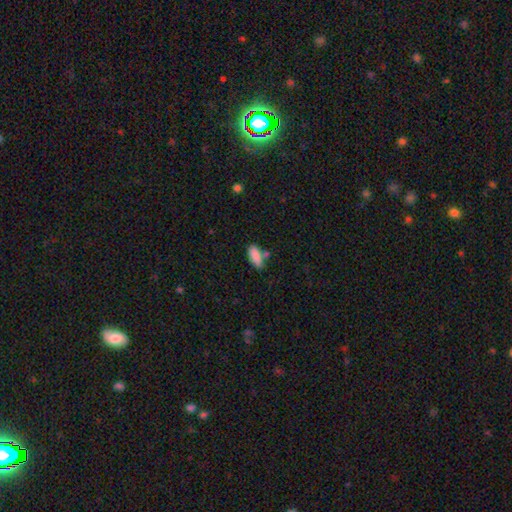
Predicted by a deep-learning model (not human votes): Q: Smooth or featured?
A: smooth (87%); runner-up: star or artifact (7%)
Q: How rounded?
A: in between (85%); runner-up: cigar-shaped (13%)
Q: Merging?
A: none (64%); runner-up: minor disturbance (17%)